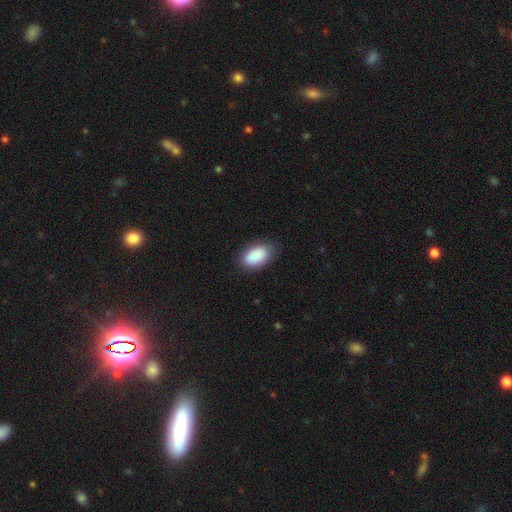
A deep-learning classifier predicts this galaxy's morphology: Smooth or featured? Predicted: smooth (p=0.90). How rounded? Predicted: in between (p=0.93). Merging? Predicted: none (p=0.83).